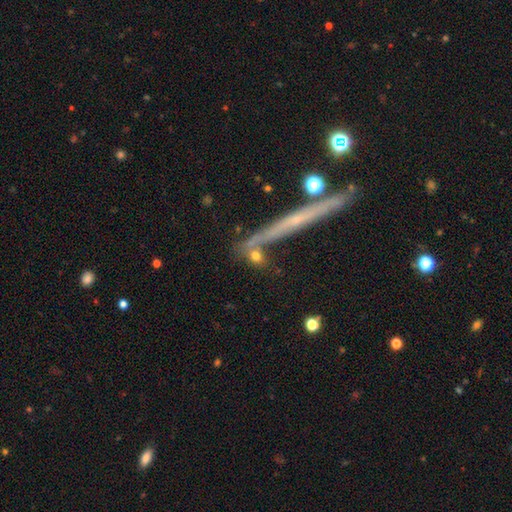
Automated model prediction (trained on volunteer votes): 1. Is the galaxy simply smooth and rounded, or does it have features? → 69% smooth, 19% featured or disk, 12% star or artifact.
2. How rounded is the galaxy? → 44% round, 32% in between, 23% cigar-shaped.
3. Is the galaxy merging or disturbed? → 64% none, 17% merger, 12% minor disturbance, 6% major disturbance.